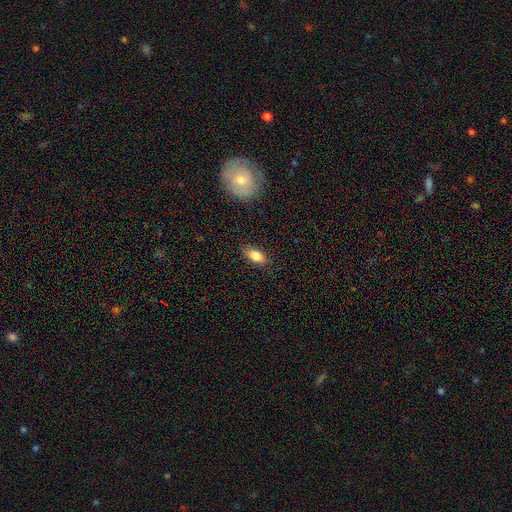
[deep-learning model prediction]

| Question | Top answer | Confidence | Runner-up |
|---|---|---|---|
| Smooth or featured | smooth | 85% | featured or disk (8%) |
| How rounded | in between | 88% | cigar-shaped (8%) |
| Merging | none | 85% | minor disturbance (11%) |